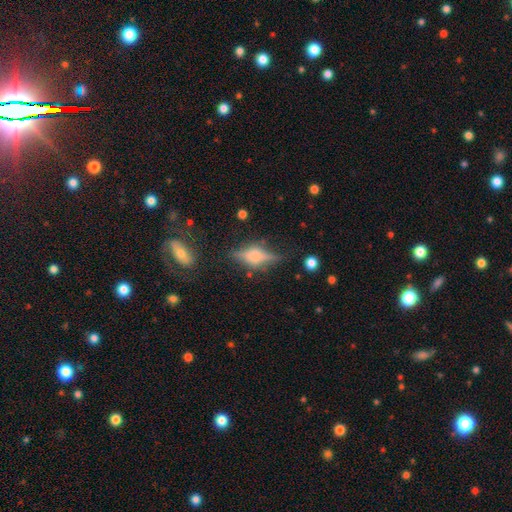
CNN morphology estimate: A featured or disk galaxy (67%) viewed edge-on (94%) with a rounded central bulge (84%). Merging: none (73%).